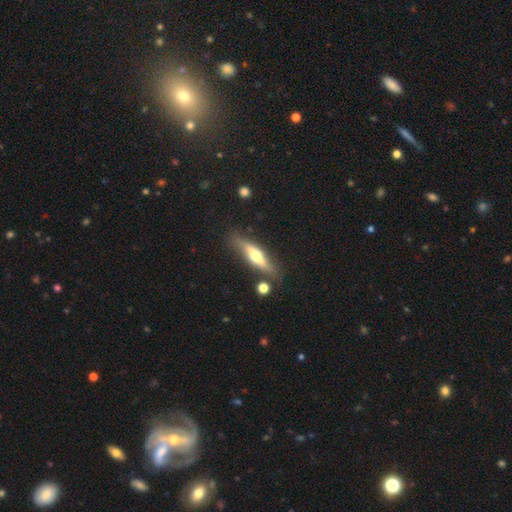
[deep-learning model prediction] The model was most divided on "smooth or featured": featured or disk: 58%, smooth: 36%, star or artifact: 6%. More confident: edge-on disk — yes (84%); merging — none (76%).